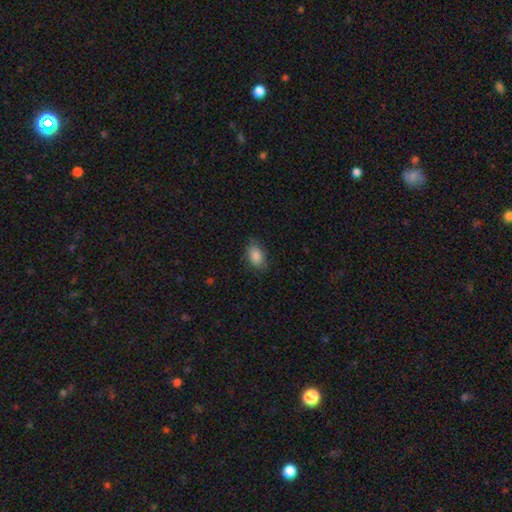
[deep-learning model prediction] Smooth or featured? smooth (86%)
How rounded? in between (87%)
Merging? none (78%)